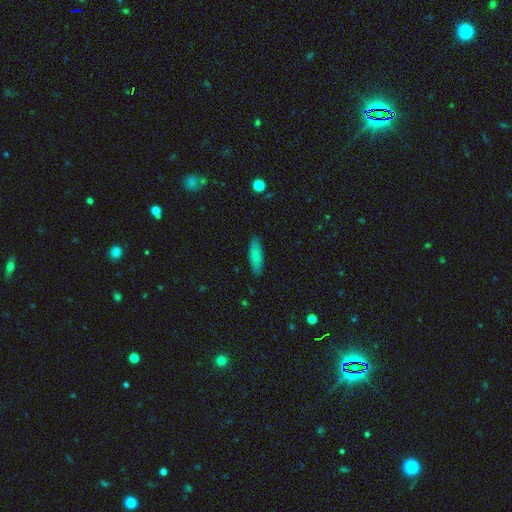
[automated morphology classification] The model was most divided on "how rounded": in between: 55%, cigar-shaped: 44%, round: 2%. More confident: merging — none (87%); smooth or featured — smooth (83%).